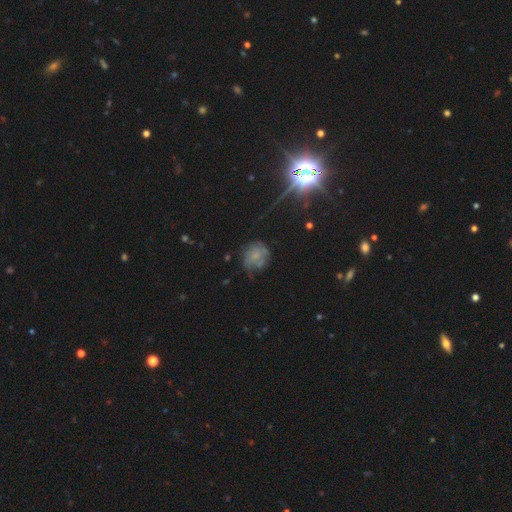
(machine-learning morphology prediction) Overall: smooth (45%; featured or disk 38%). Merging: none (49%; minor disturbance 28%).